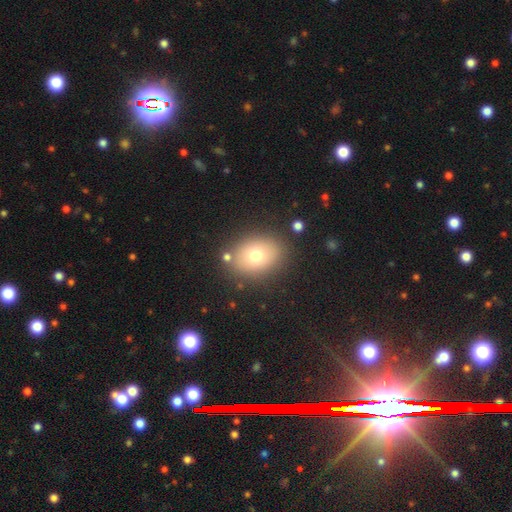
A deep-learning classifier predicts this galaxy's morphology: Smooth or featured?
  - smooth: 73% *
  - featured or disk: 16%
  - star or artifact: 11%
How rounded?
  - in between: 68% *
  - round: 31%
  - cigar-shaped: 1%
Merging?
  - none: 83% *
  - minor disturbance: 10%
  - merger: 4%
  - major disturbance: 3%